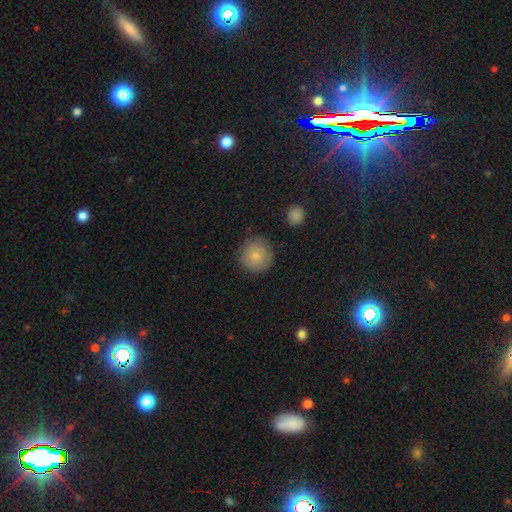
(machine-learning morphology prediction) smooth 80%, featured or disk 12%, star or artifact 8%. Down the decision tree: how rounded — round (94%); merging — none (84%).